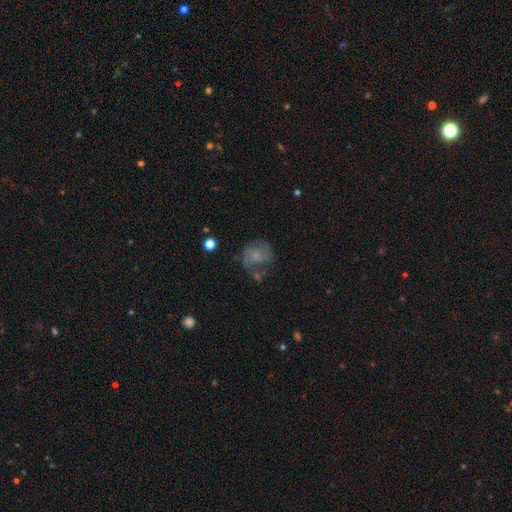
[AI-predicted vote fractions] Q: Smooth or featured?
A: featured or disk (47%); runner-up: smooth (42%)
Q: Merging?
A: none (45%); runner-up: major disturbance (25%)